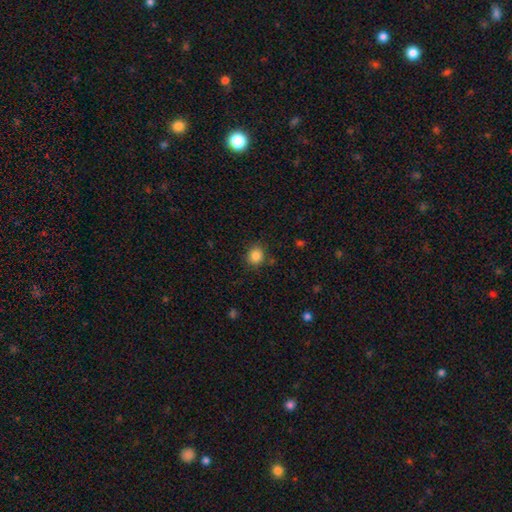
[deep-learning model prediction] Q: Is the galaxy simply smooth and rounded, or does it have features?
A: smooth — 85%.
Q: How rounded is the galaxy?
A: round — 83%.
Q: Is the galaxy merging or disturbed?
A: none — 85%.